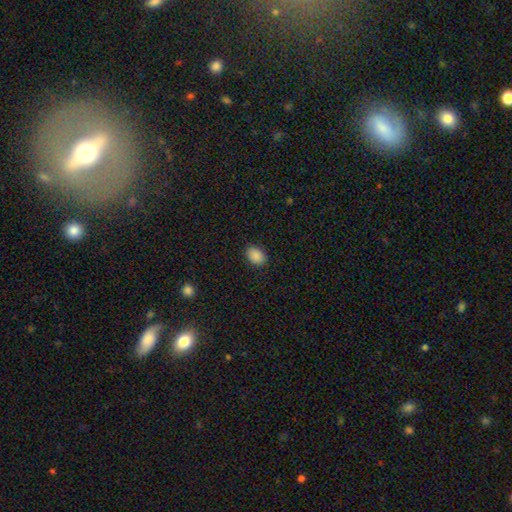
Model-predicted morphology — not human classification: smooth-or-featured: smooth: 89% | star or artifact: 8% | featured or disk: 3%
  how-rounded: in between: 73% | round: 26% | cigar-shaped: 1%
  merging: none: 89% | minor disturbance: 8% | major disturbance: 2% | merger: 1%